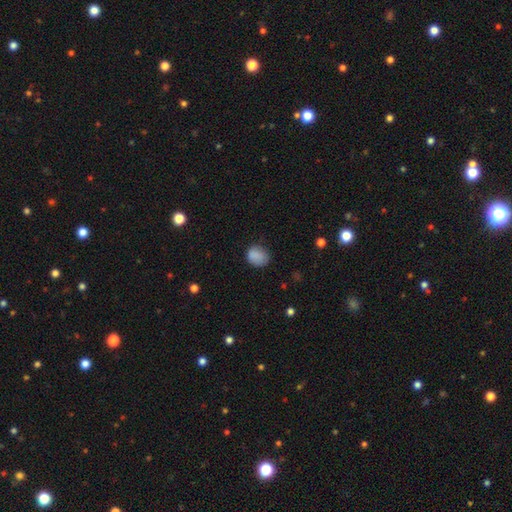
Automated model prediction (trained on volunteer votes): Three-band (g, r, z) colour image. It shows a smooth galaxy with no disk features (86%) that is round (62%). Merging: none (71%).